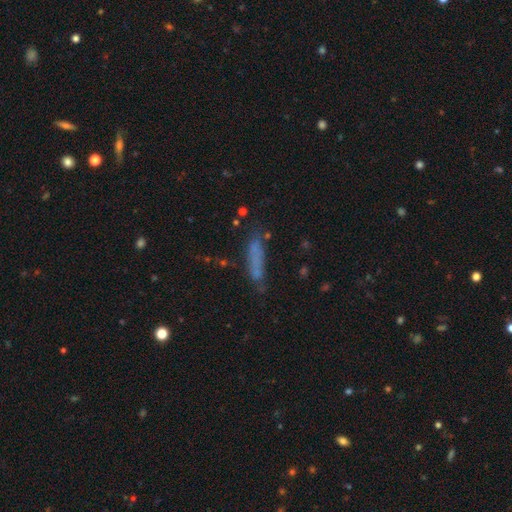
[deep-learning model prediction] A smooth galaxy with no disk features (64%) that is cigar-shaped (78%). Merging: none (60%).